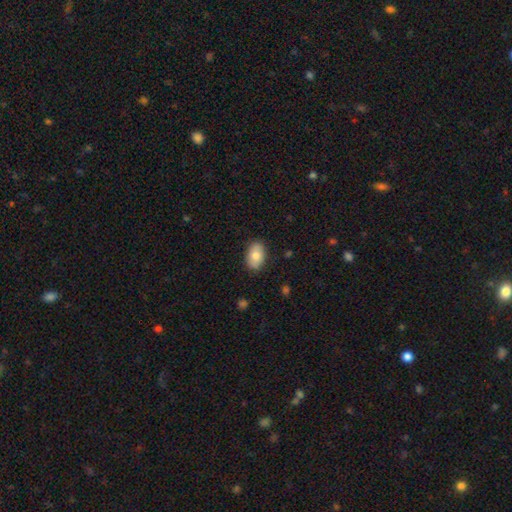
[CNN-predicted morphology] smooth 81%, featured or disk 12%, star or artifact 7%. Down the decision tree: how rounded — in between (91%); merging — none (86%).